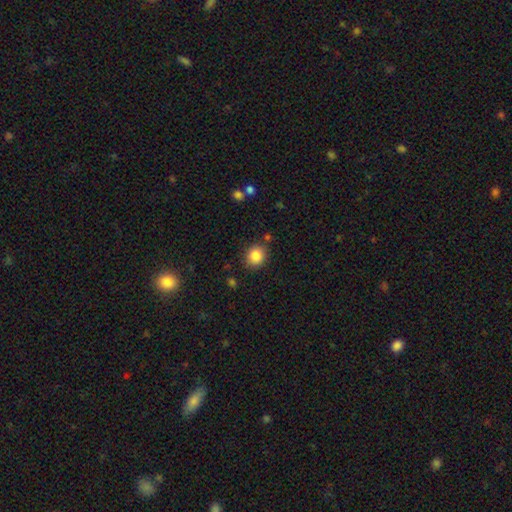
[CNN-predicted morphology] The model was most divided on "how rounded": round: 77%, in between: 22%, cigar-shaped: 1%. More confident: smooth or featured — smooth (85%); merging — none (84%).